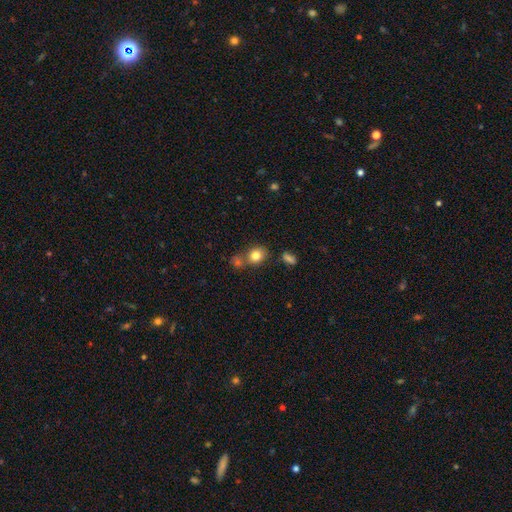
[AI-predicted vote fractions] A smooth galaxy with no disk features (81%) that is round (63%). Merging: none (59%).